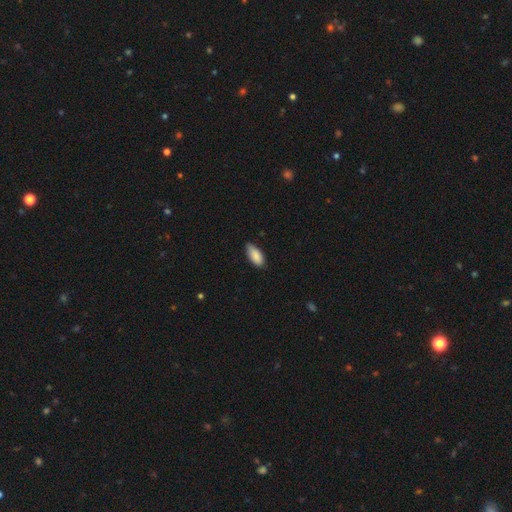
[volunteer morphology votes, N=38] smooth 92%, featured or disk 5%, star or artifact 3%. Down the decision tree: how rounded — in between (89%); merging — none (70%).